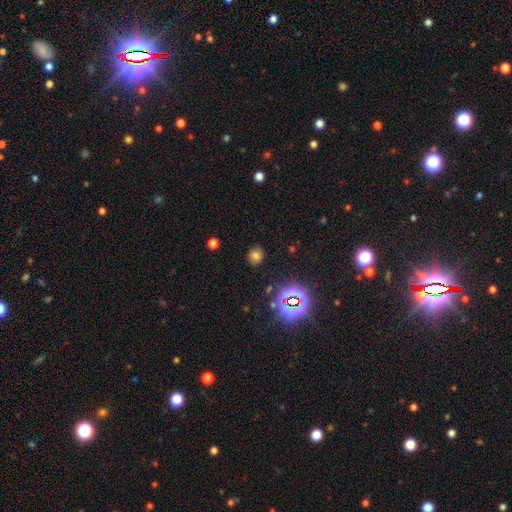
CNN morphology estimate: This is likely a smooth galaxy (68%). How rounded: likely round (78%). Merging: clearly none (86%).